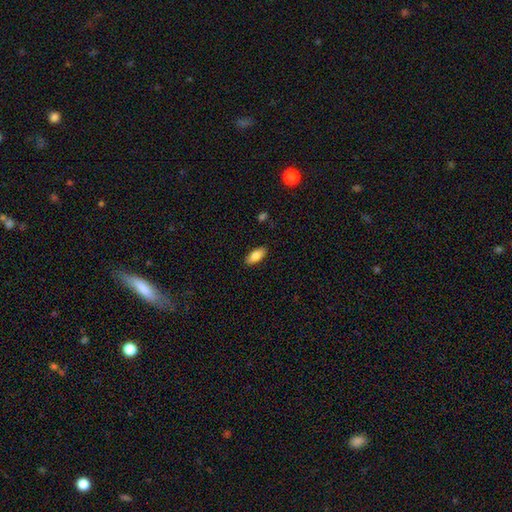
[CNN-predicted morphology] A smooth galaxy with no disk features (85%) that is in between round and cigar-shaped (86%). Merging: none (88%).